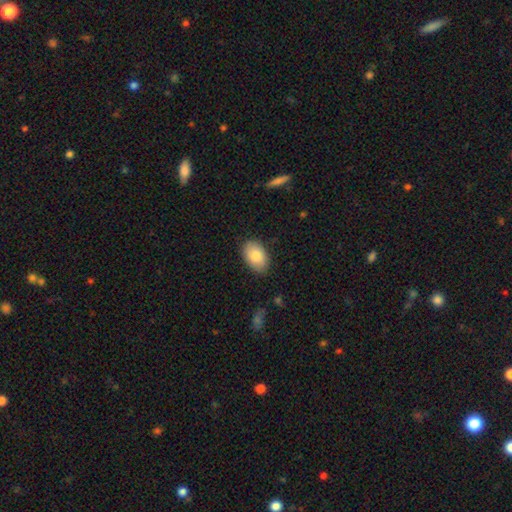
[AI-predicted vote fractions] smooth_or_featured: smooth (p=0.82) [alt: featured or disk p=0.12]
how_rounded: in between (p=0.89) [alt: round p=0.09]
merging: none (p=0.86) [alt: minor disturbance p=0.11]